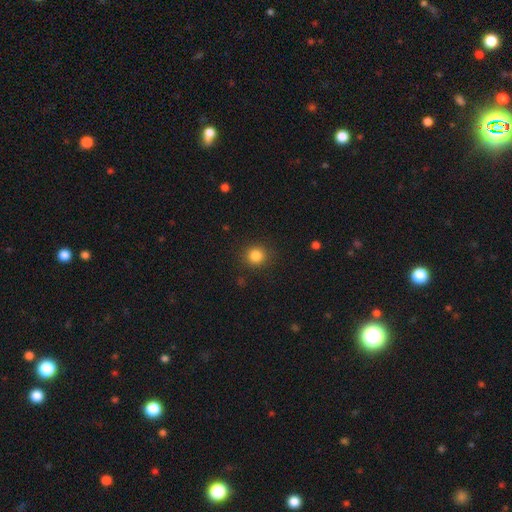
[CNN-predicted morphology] type=smooth (84%); roundness=round (88%); merging=none (88%).